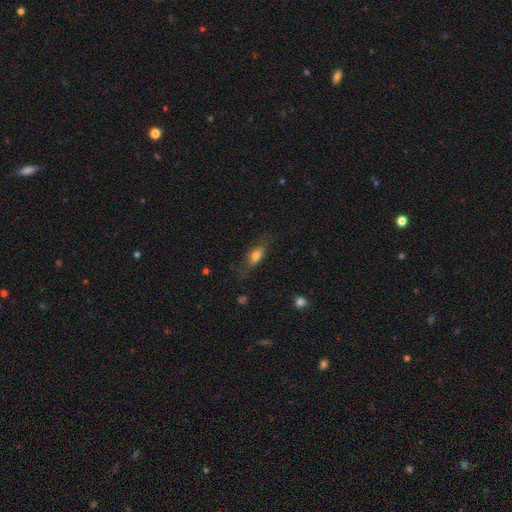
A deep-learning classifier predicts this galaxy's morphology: smooth-or-featured: smooth: 70% | featured or disk: 22% | star or artifact: 8%
  how-rounded: in between: 71% | cigar-shaped: 24% | round: 5%
  merging: none: 69% | minor disturbance: 21% | major disturbance: 9% | merger: 2%